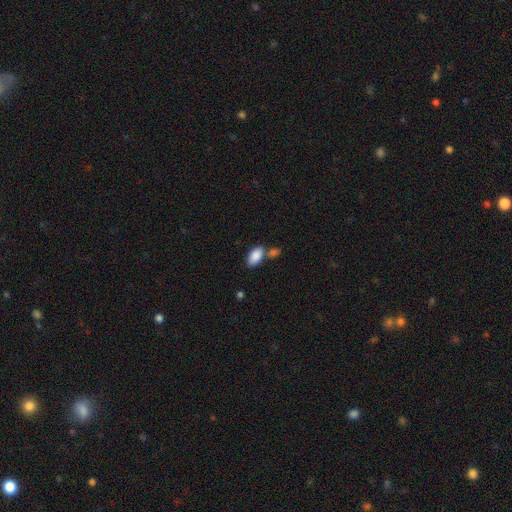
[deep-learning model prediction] Smooth or featured: smooth — 88% (star or artifact — 7%)
How rounded: in between — 94% (round — 3%)
Merging: none — 57% (merger — 26%)